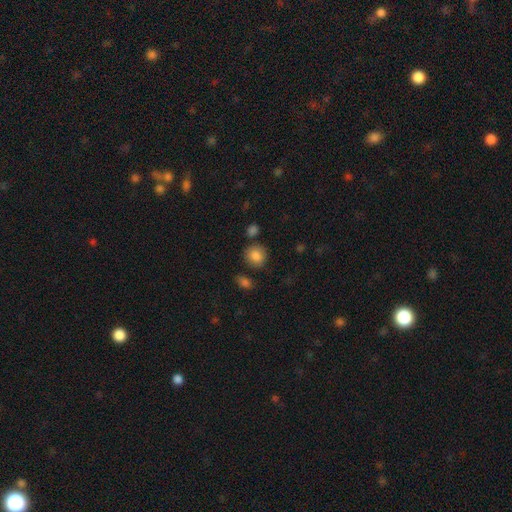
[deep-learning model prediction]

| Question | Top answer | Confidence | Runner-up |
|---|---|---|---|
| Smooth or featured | smooth | 86% | star or artifact (9%) |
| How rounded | round | 80% | in between (19%) |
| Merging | none | 79% | minor disturbance (11%) |